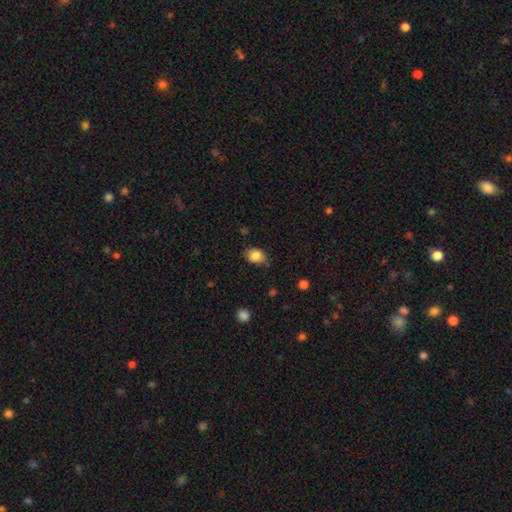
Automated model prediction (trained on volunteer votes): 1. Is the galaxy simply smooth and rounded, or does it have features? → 85% smooth, 9% star or artifact, 6% featured or disk.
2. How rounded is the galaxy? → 70% in between, 29% round, 1% cigar-shaped.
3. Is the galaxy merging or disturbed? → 75% none, 20% minor disturbance, 4% major disturbance, 2% merger.